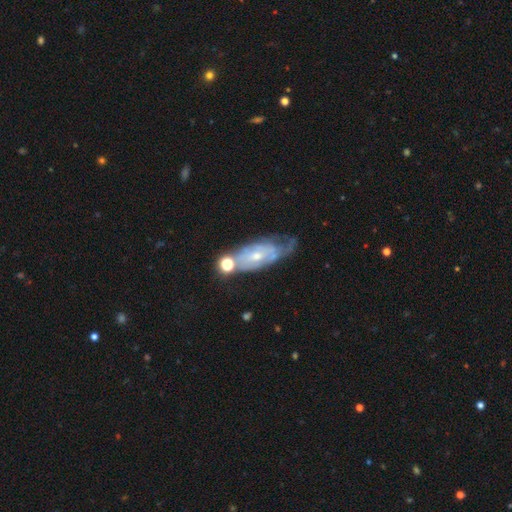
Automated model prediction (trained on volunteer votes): This appears to be a featured or disk galaxy (73%) with no bar (67%), spiral arms (76%) and a small central bulge (58%). Merging: none (41%).